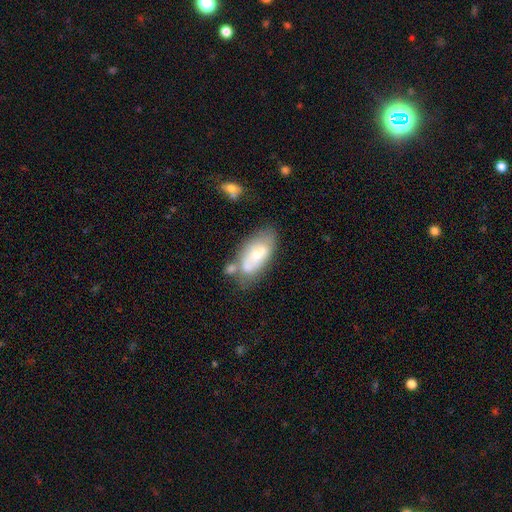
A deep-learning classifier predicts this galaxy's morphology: A smooth galaxy with no disk features (53%) that is in between round and cigar-shaped (89%). Merging: none (44%).